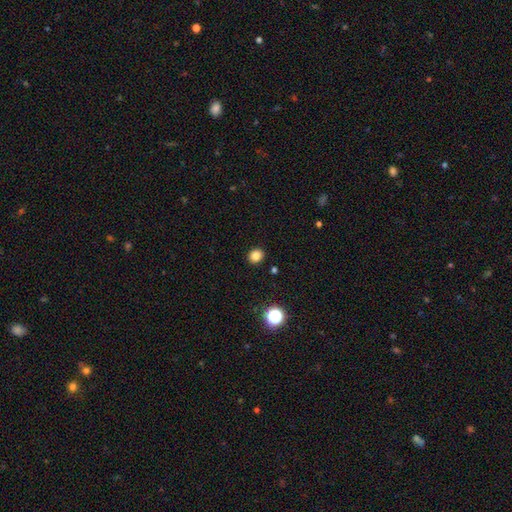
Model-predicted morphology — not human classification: A smooth galaxy with no disk features (83%) that is round (78%). Merging: none (92%).